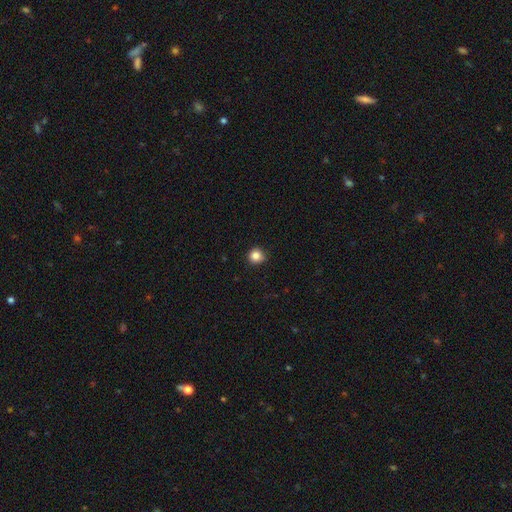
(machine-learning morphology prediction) A smooth galaxy with no disk features (85%) that is round (93%). Merging: none (90%).